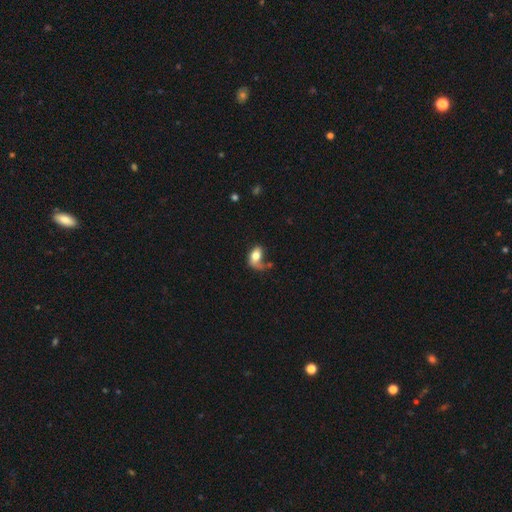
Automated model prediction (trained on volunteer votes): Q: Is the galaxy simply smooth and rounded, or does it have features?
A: smooth — 71%.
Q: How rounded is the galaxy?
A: in between — 84%.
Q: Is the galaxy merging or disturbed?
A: major disturbance — 32%.